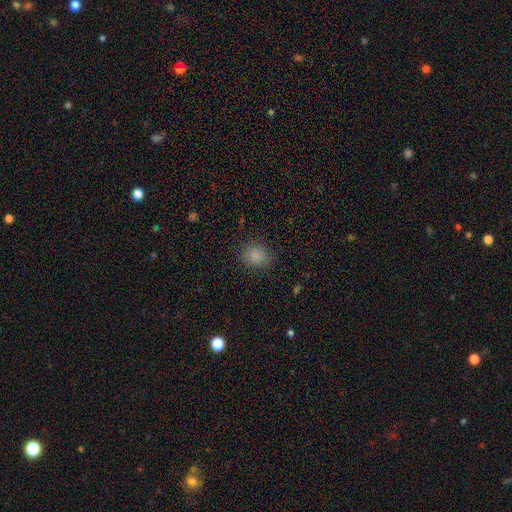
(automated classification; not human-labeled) Smooth or featured? Predicted: smooth (p=0.85). How rounded? Predicted: round (p=0.79). Merging? Predicted: none (p=0.87).